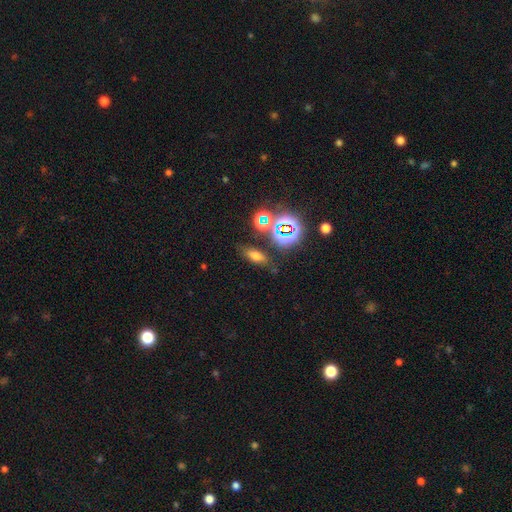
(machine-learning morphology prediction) smooth_or_featured: smooth (p=0.59) [alt: star or artifact p=0.30]
how_rounded: in between (p=0.75) [alt: cigar-shaped p=0.15]
merging: none (p=0.78) [alt: minor disturbance p=0.12]